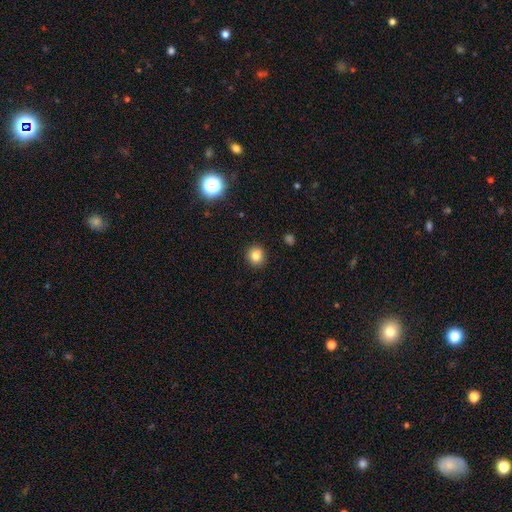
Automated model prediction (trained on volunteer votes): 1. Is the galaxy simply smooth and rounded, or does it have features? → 82% smooth, 12% star or artifact, 6% featured or disk.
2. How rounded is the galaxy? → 83% round, 16% in between, 1% cigar-shaped.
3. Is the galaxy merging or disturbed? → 88% none, 8% minor disturbance, 2% major disturbance, 2% merger.